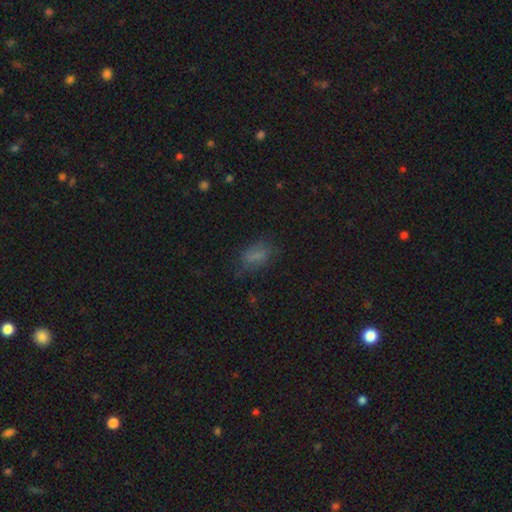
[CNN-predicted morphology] A smooth galaxy with no disk features (68%) that is in between round and cigar-shaped (81%).

Vote fractions:
- Smooth or featured? smooth: 68% / star or artifact: 17% / featured or disk: 15%
- How rounded? in between: 81% / cigar-shaped: 11% / round: 8%
- Merging? none: 62% / minor disturbance: 23% / major disturbance: 12% / merger: 2%